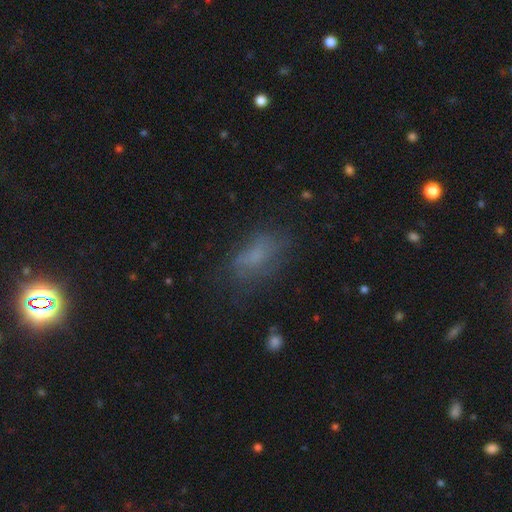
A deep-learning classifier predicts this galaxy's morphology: smooth 65%, featured or disk 20%, star or artifact 15%. Down the decision tree: how rounded — in between (84%); merging — none (57%).